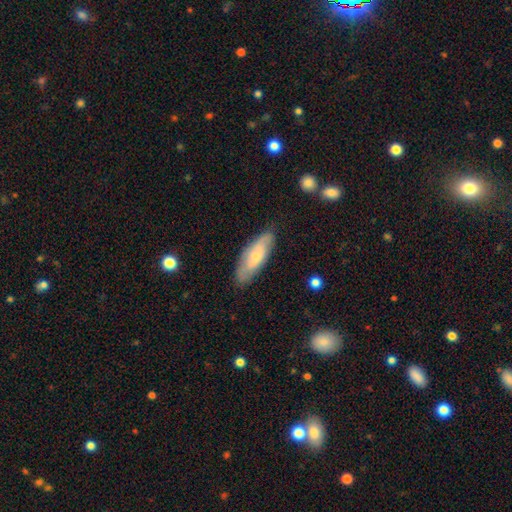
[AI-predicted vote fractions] Smooth or featured? Predicted: smooth (p=0.50). How rounded? Predicted: in between (p=0.63). Merging? Predicted: none (p=0.79).